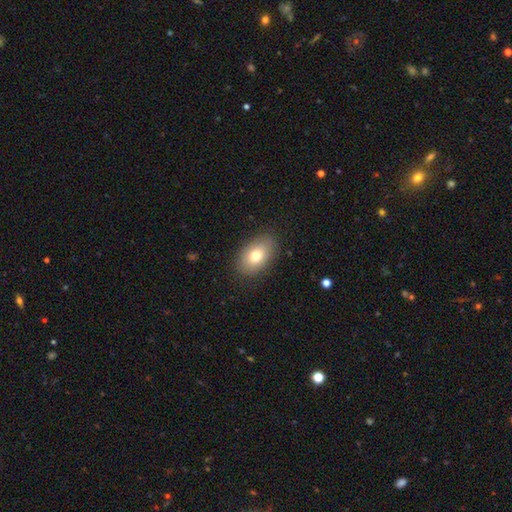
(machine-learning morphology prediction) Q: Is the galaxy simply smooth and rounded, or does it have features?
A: smooth — 74%.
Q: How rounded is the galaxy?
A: in between — 87%.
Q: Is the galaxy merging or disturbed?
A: none — 85%.